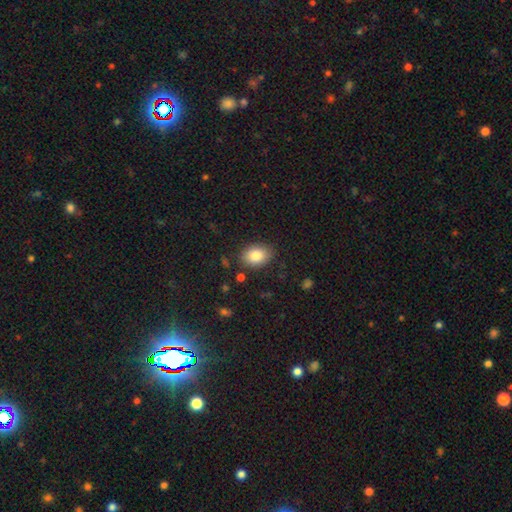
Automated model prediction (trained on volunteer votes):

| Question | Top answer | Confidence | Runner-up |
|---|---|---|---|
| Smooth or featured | smooth | 84% | star or artifact (8%) |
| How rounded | in between | 78% | round (21%) |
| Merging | none | 83% | minor disturbance (12%) |